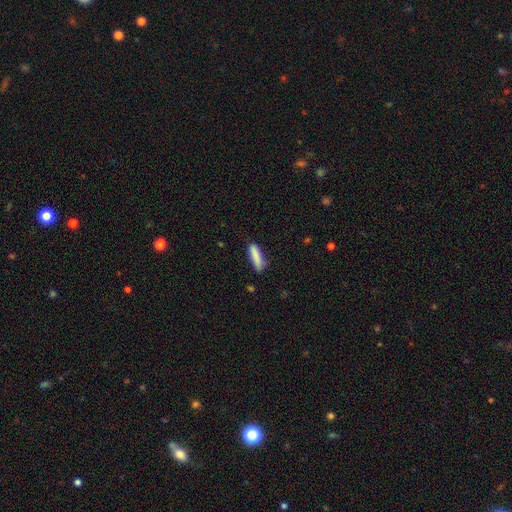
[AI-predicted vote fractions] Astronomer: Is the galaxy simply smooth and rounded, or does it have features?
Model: smooth — 85%.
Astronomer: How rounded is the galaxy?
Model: cigar-shaped — 75%.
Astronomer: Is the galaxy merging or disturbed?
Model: none — 74%.